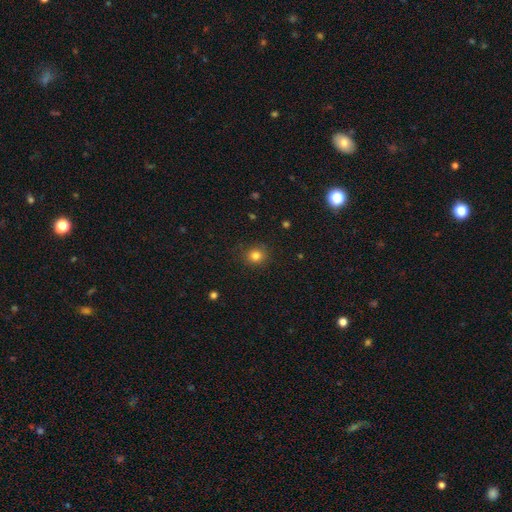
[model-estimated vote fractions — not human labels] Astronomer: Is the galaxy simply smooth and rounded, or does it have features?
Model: smooth — 82%.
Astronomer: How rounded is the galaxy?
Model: round — 85%.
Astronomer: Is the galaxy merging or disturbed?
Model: none — 87%.